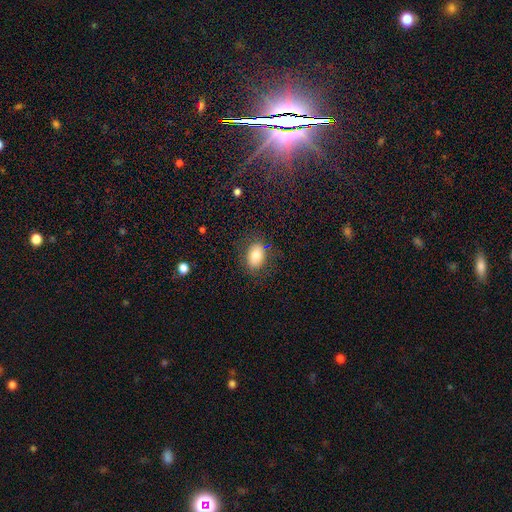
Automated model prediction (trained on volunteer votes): Morphology: type=smooth (79%); roundness=in between (80%); merging=none (79%).